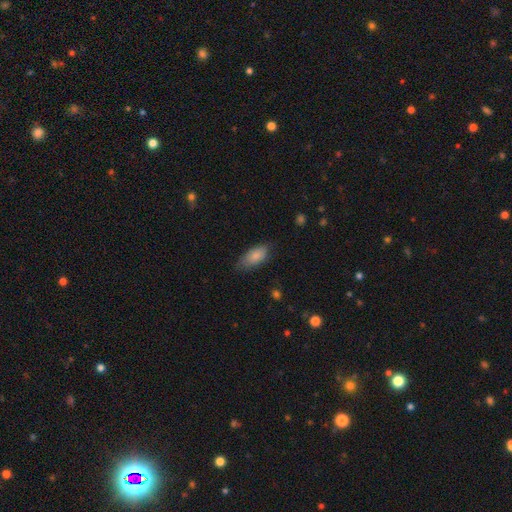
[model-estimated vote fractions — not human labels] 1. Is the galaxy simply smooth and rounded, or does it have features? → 83% smooth, 10% featured or disk, 6% star or artifact.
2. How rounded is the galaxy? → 89% in between, 9% cigar-shaped, 3% round.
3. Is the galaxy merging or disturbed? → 67% none, 26% minor disturbance, 5% major disturbance, 1% merger.